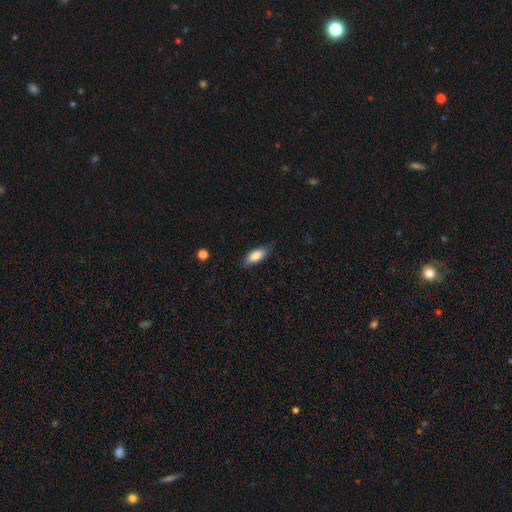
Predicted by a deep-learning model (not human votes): A smooth galaxy with no disk features (81%) that is in between round and cigar-shaped (76%). Merging: none (79%).